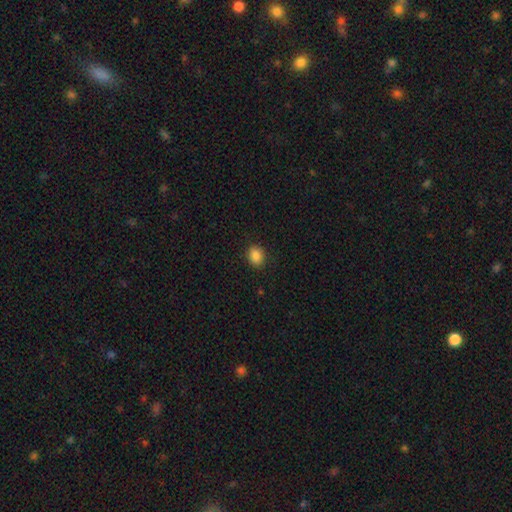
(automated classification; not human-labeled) Smooth or featured? smooth (87%)
How rounded? round (52%)
Merging? none (89%)